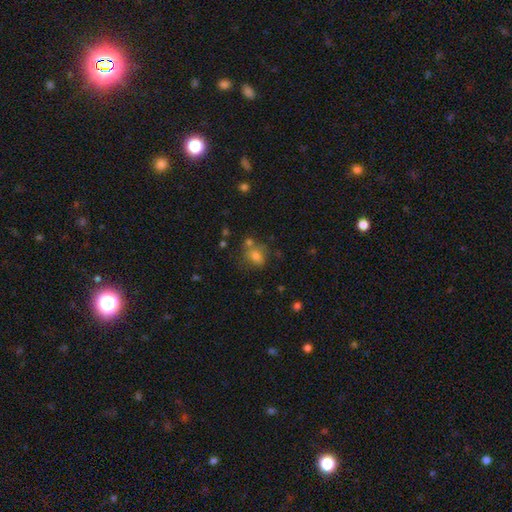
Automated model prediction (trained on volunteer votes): Overall: smooth (76%). How rounded: in between (53%; round 46%). Merging: none (53%; minor disturbance 19%).